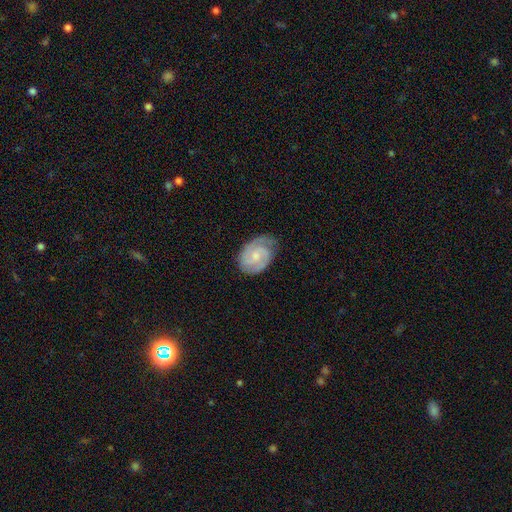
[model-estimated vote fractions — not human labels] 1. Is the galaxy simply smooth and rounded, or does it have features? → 77% featured or disk, 18% smooth, 5% star or artifact.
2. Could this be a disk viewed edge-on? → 98% no, 2% yes.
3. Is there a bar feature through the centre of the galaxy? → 58% no, 38% weak, 5% strong.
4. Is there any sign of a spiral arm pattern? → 96% yes, 4% no.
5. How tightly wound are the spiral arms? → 53% tight, 38% medium, 9% loose.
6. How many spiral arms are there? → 68% 2, 12% can't tell, 9% 3, 7% 1, 2% 4, 2% more than 4.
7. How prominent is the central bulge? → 54% small, 35% moderate, 8% none, 2% large, 1% dominant.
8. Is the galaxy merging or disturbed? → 68% none, 24% minor disturbance, 7% major disturbance, 1% merger.